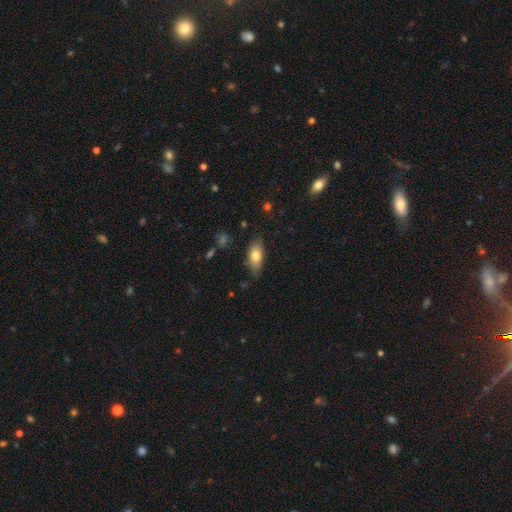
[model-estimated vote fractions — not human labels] Q: Smooth or featured?
A: smooth (76%); runner-up: featured or disk (17%)
Q: How rounded?
A: in between (85%); runner-up: cigar-shaped (12%)
Q: Merging?
A: none (78%); runner-up: minor disturbance (17%)